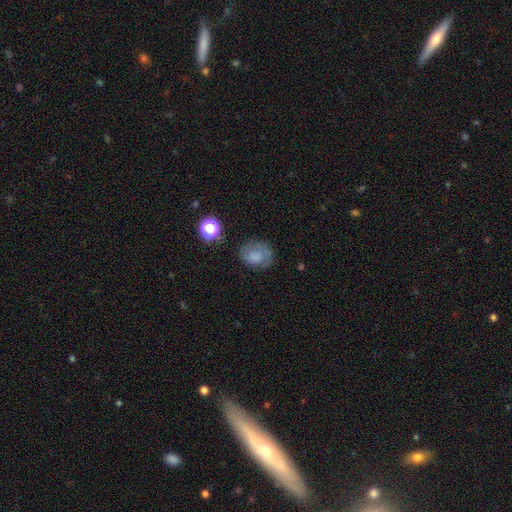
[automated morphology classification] Overall: smooth (65%). How rounded: round (51%; in between 48%). Merging: none (59%; minor disturbance 25%).